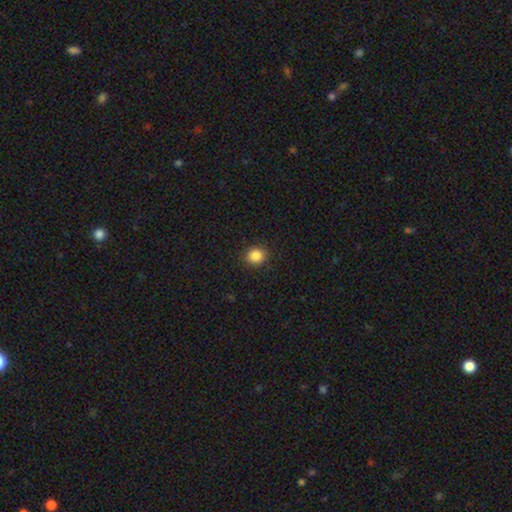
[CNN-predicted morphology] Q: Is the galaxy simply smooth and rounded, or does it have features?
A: smooth — 85%.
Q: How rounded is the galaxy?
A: round — 82%.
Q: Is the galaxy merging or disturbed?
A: none — 91%.